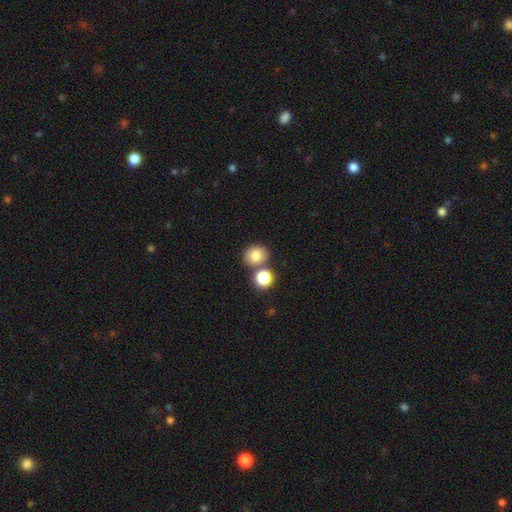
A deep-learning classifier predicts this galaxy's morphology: Smooth or featured? Predicted: smooth (p=0.80). How rounded? Predicted: round (p=0.69). Merging? Predicted: none (p=0.67).